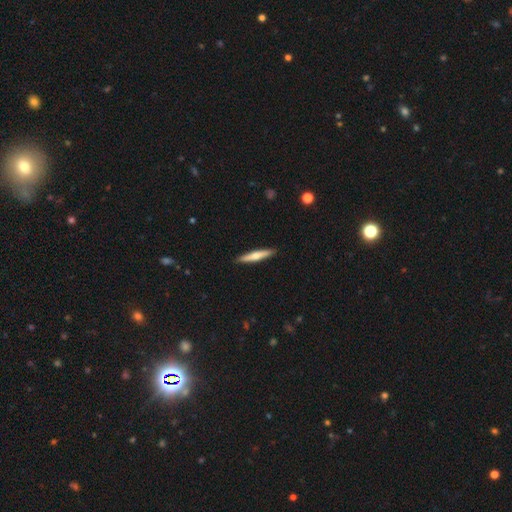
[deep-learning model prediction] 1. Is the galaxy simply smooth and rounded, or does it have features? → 50% smooth, 45% featured or disk, 5% star or artifact.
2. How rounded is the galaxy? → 91% cigar-shaped, 7% in between, 1% round.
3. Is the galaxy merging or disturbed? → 91% none, 7% minor disturbance, 1% major disturbance, 1% merger.